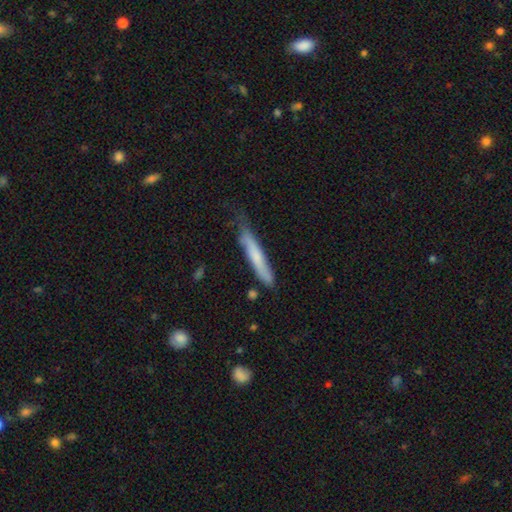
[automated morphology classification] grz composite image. It shows a smooth galaxy with no disk features (64%) that is cigar-shaped (93%). Merging: none (59%).